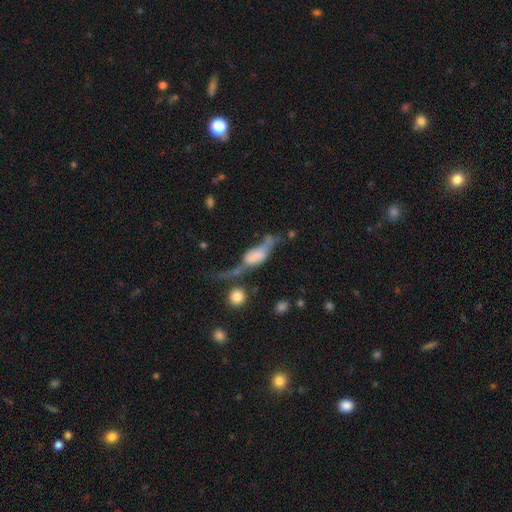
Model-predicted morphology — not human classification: smooth-or-featured: featured or disk: 48% | smooth: 42% | star or artifact: 11%
  merging: major disturbance: 40% | merger: 29% | none: 16% | minor disturbance: 15%